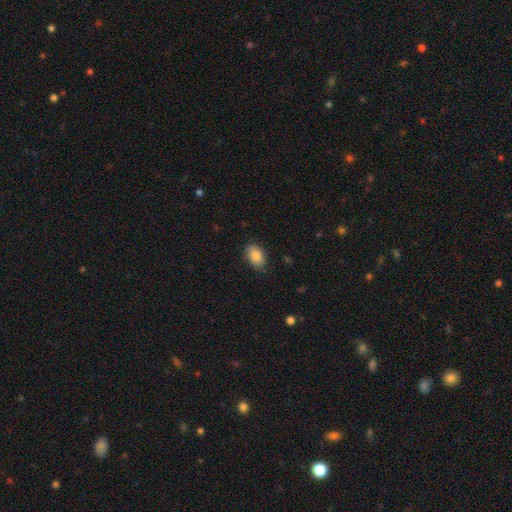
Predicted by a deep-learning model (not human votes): This appears to be a smooth galaxy with no disk features (87%) that is in between round and cigar-shaped (89%). Merging: none (84%).